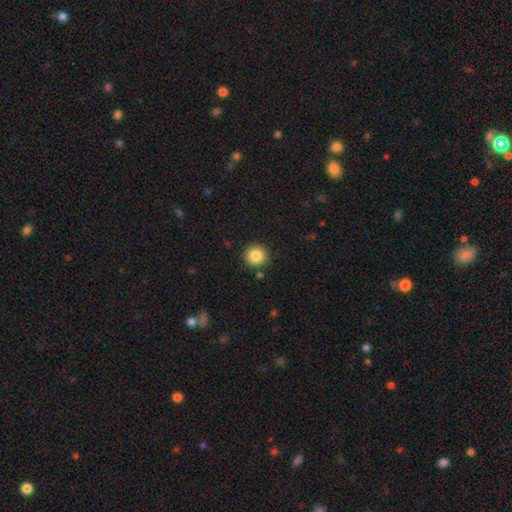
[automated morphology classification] smooth 85%, star or artifact 10%, featured or disk 5%. Down the decision tree: how rounded — round (94%); merging — none (89%).